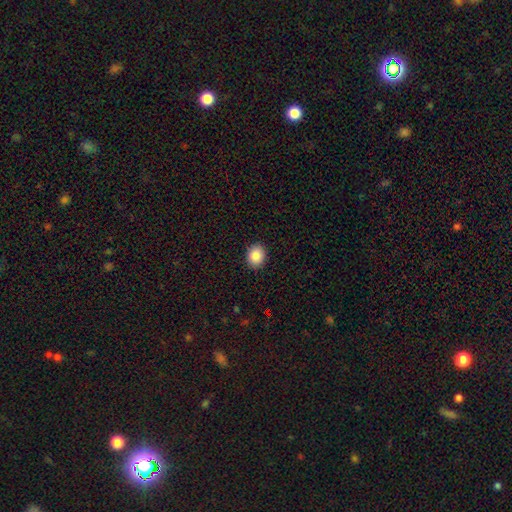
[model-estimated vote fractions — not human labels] smooth-or-featured: smooth: 87% | star or artifact: 8% | featured or disk: 4%
  how-rounded: round: 60% | in between: 39% | cigar-shaped: 1%
  merging: none: 90% | minor disturbance: 7% | major disturbance: 2% | merger: 1%